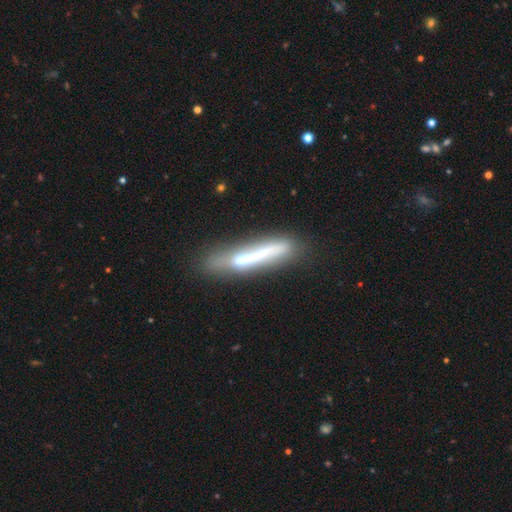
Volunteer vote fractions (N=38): This is possibly a smooth galaxy (50%). How rounded: clearly cigar-shaped (84%). Merging: possibly none (51%).